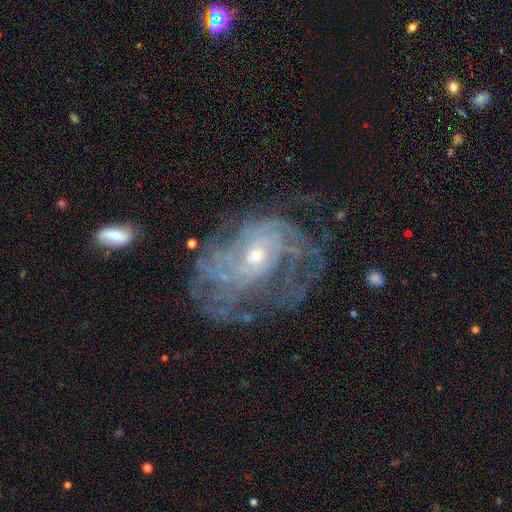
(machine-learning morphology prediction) Smooth or featured? Predicted: featured or disk (p=0.82). Edge-on disk? Predicted: no (p=0.97). Bar? Predicted: no (p=0.71). Spiral arms? Predicted: yes (p=0.84). Spiral winding? Predicted: tight (p=0.56). Spiral arm count? Predicted: can't tell (p=0.50). Bulge size? Predicted: small (p=0.61). Merging? Predicted: none (p=0.56).